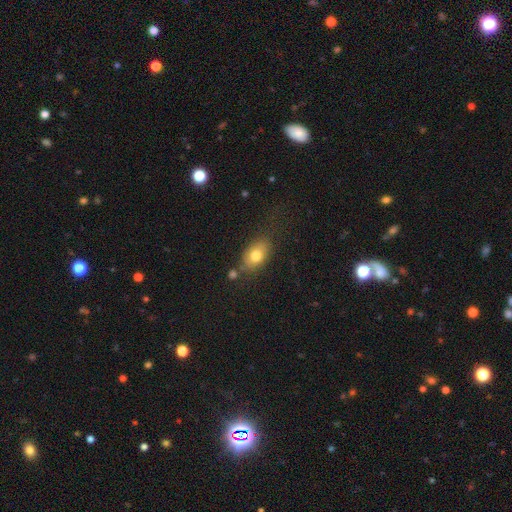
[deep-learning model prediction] A smooth galaxy with no disk features (76%) that is in between round and cigar-shaped (81%). Merging: none (65%).